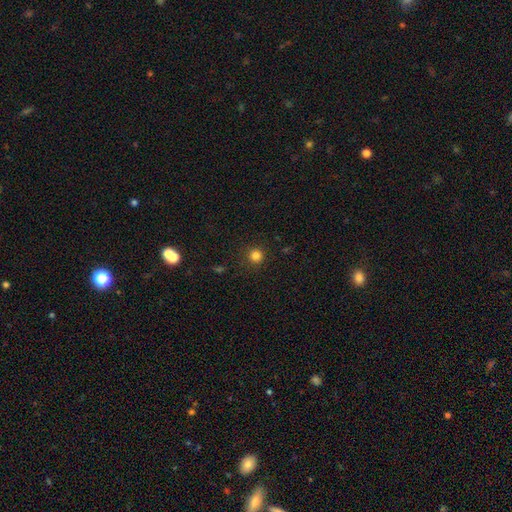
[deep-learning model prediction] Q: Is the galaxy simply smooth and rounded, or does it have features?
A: smooth — 82%.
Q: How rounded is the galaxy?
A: round — 95%.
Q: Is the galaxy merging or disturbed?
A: none — 89%.